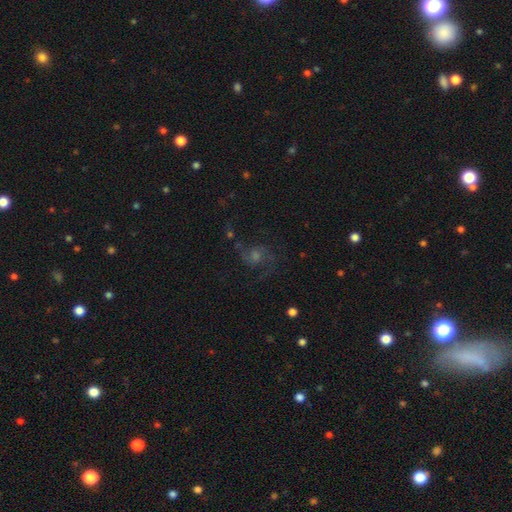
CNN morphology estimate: A featured or disk galaxy (66%) with no bar (66%), 2 (81%) medium (47%) spiral arms (93%) and a moderate central bulge (47%). Merging: none (66%).